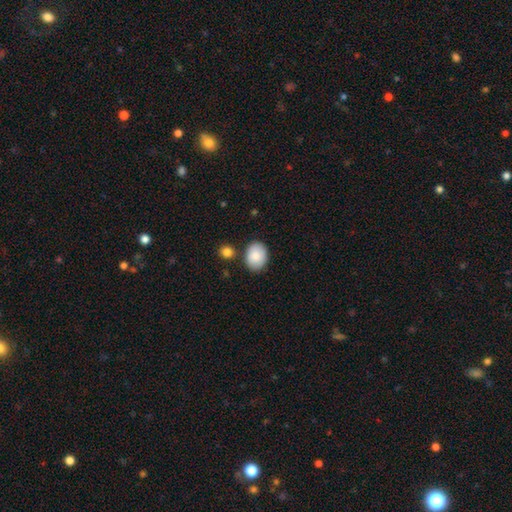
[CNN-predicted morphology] This is clearly a smooth galaxy (86%). How rounded: likely in between (68%). Merging: clearly none (80%).